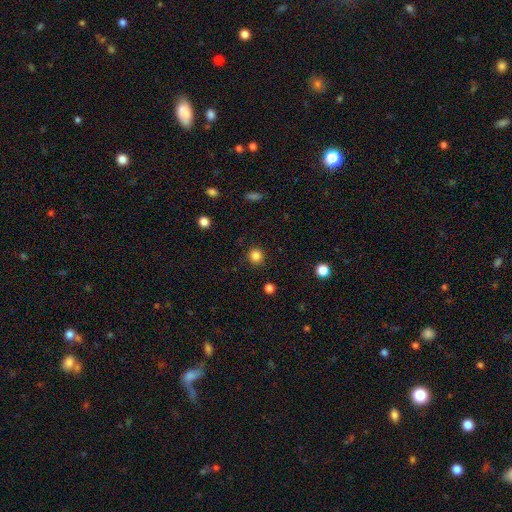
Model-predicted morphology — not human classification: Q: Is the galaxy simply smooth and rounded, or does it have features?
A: smooth — 84%.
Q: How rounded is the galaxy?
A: round — 94%.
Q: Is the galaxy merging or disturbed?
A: none — 91%.